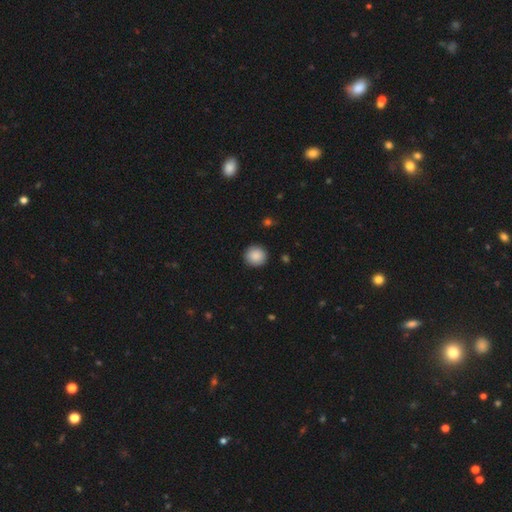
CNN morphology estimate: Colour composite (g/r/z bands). It shows a smooth galaxy with no disk features (89%) that is round (93%). Merging: none (91%).